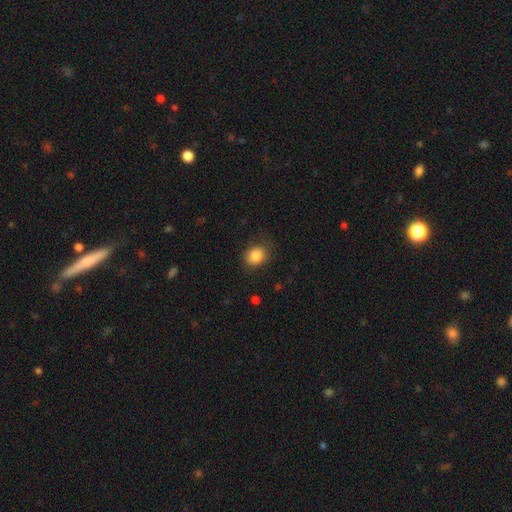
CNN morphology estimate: This is clearly a smooth galaxy (86%). How rounded: likely round (68%). Merging: likely none (79%).